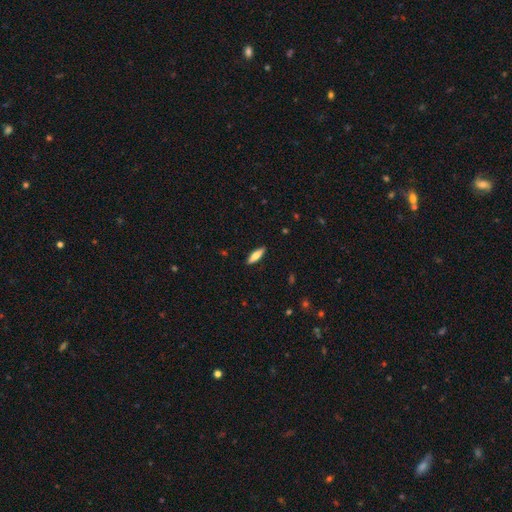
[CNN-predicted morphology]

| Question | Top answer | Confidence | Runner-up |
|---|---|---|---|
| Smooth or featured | smooth | 71% | featured or disk (23%) |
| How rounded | cigar-shaped | 59% | in between (39%) |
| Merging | none | 89% | minor disturbance (8%) |